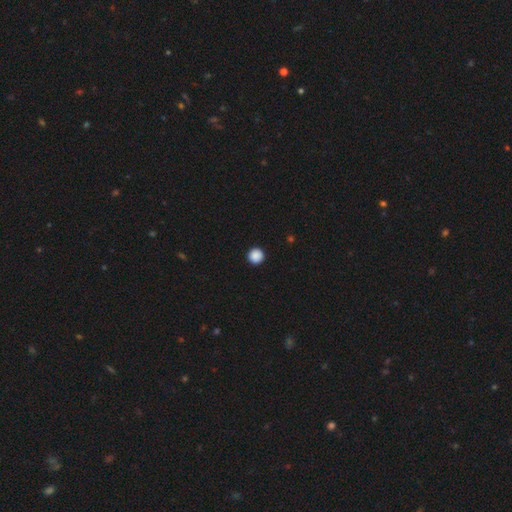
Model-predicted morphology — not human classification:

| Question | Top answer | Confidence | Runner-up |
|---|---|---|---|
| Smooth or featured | smooth | 89% | star or artifact (9%) |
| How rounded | round | 96% | in between (3%) |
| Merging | none | 94% | minor disturbance (4%) |